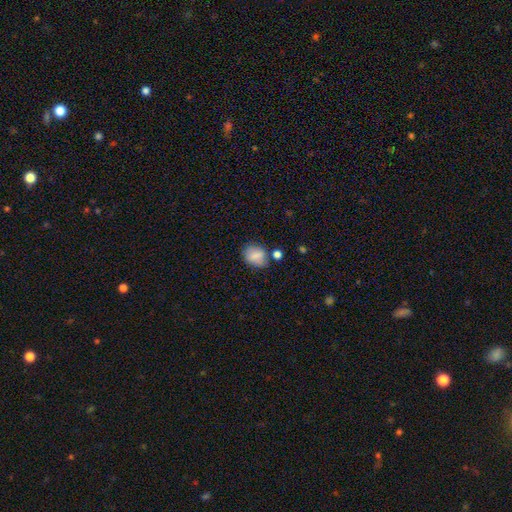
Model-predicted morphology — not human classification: This appears to be a smooth galaxy with no disk features (82%) that is in between round and cigar-shaped (52%). Merging: none (63%).